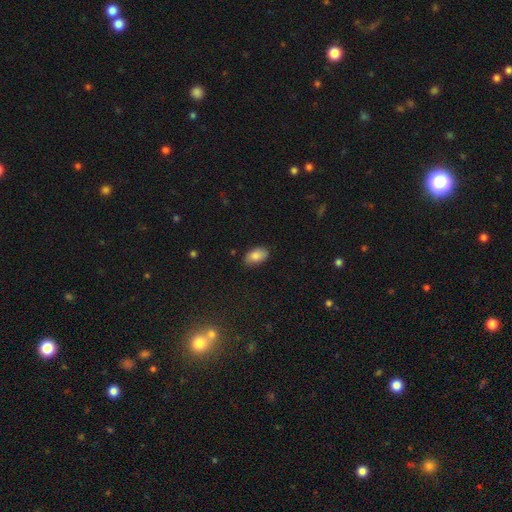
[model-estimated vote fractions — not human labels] smooth 84%, featured or disk 8%, star or artifact 8%. Down the decision tree: how rounded — in between (93%); merging — none (81%).